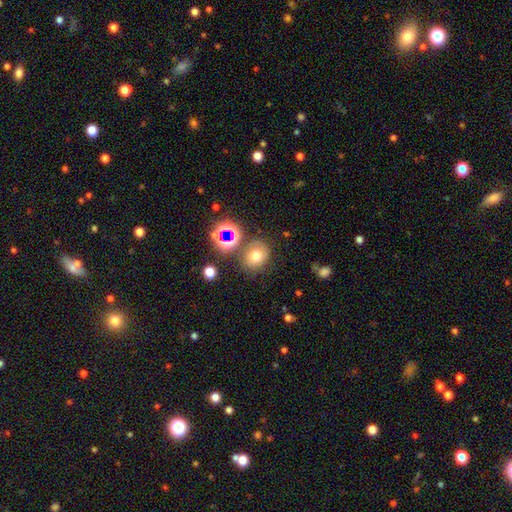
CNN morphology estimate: This is likely a smooth galaxy (66%). How rounded: possibly round (59%). Merging: likely none (70%).